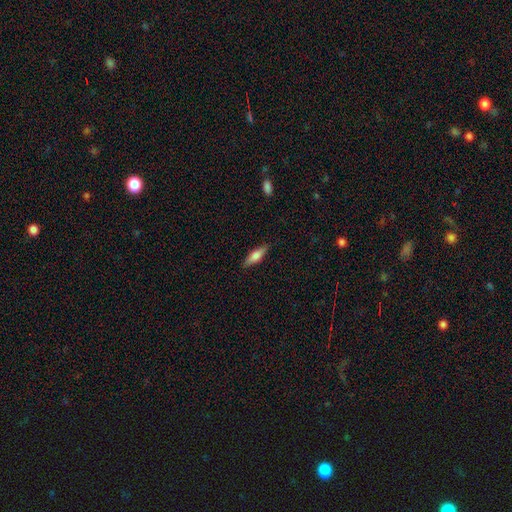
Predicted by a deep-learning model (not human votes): Smooth or featured? smooth (66%)
How rounded? cigar-shaped (49%, tied with in between)
Merging? none (86%)